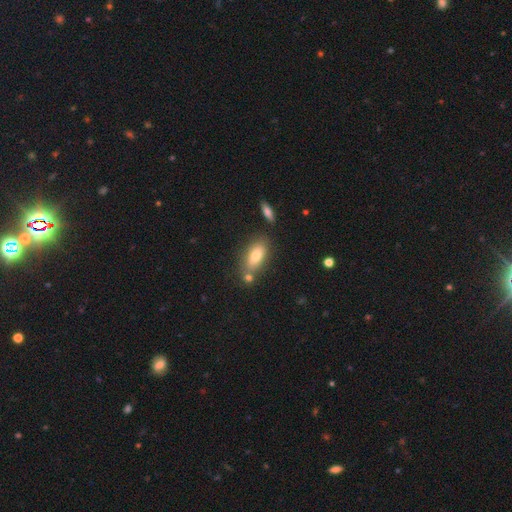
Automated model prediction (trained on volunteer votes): A smooth galaxy with no disk features (76%) that is in between round and cigar-shaped (84%). Merging: none (66%).